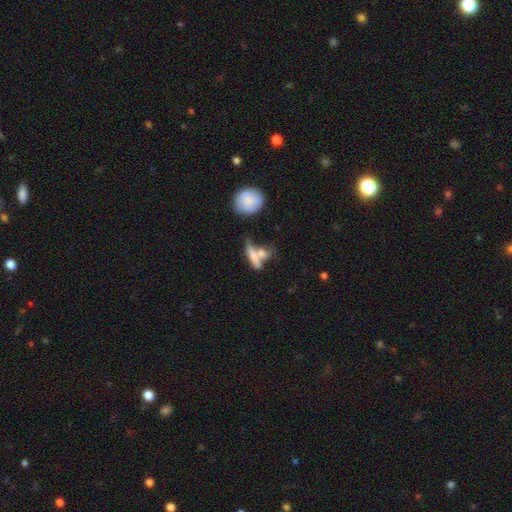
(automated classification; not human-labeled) This is possibly a smooth galaxy (58%). How rounded: likely cigar-shaped (63%). Merging: marginally merger (42%).